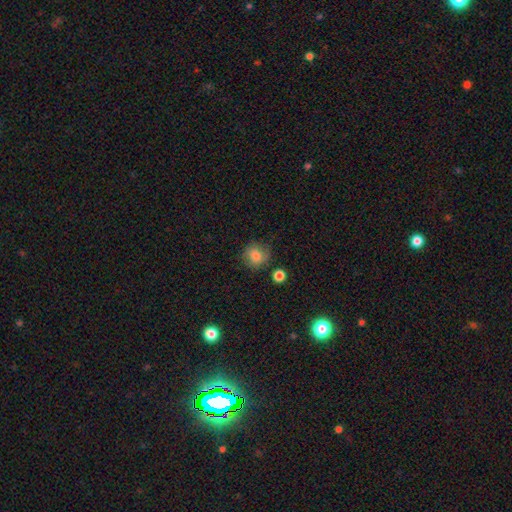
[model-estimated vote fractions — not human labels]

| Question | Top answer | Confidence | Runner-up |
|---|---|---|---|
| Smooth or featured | smooth | 80% | star or artifact (10%) |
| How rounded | round | 85% | in between (14%) |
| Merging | none | 71% | minor disturbance (19%) |